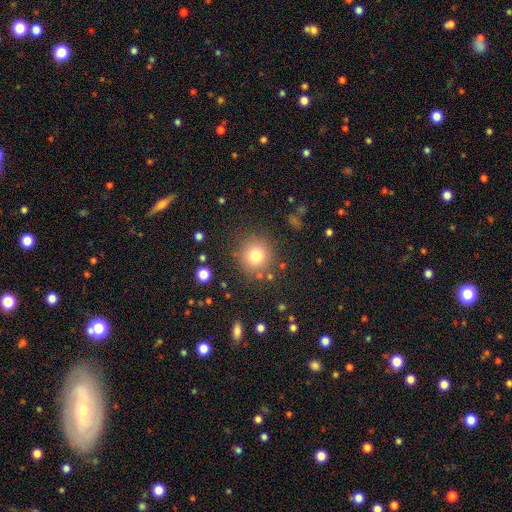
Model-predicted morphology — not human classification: The model was most divided on "smooth or featured": smooth: 78%, star or artifact: 13%, featured or disk: 9%. More confident: how rounded — round (93%); merging — none (84%).